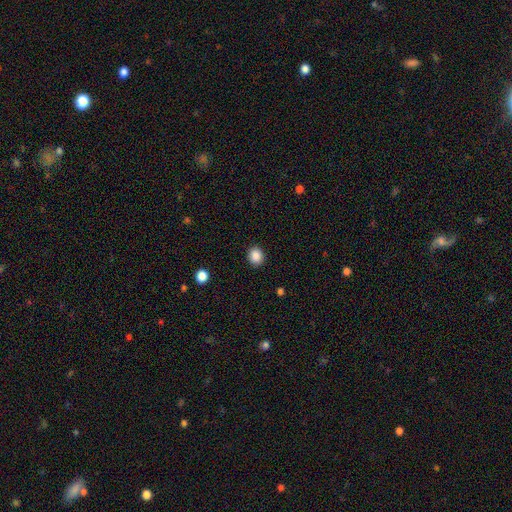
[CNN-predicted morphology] Q: Smooth or featured?
A: smooth (88%); runner-up: star or artifact (9%)
Q: How rounded?
A: round (72%); runner-up: in between (27%)
Q: Merging?
A: none (90%); runner-up: minor disturbance (6%)